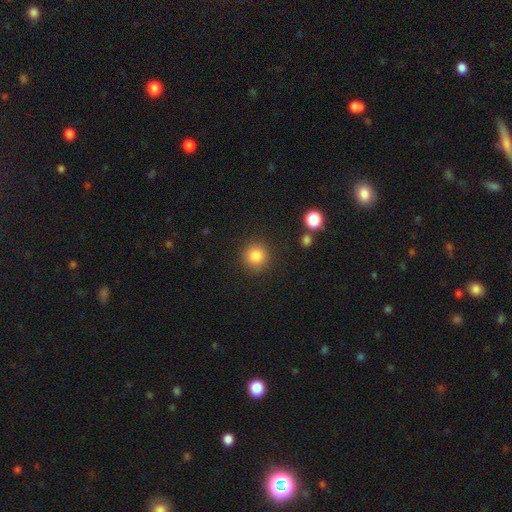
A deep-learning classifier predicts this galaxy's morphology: smooth_or_featured: smooth (p=0.85) [alt: star or artifact p=0.11]
how_rounded: round (p=0.93) [alt: in between p=0.06]
merging: none (p=0.88) [alt: minor disturbance p=0.07]